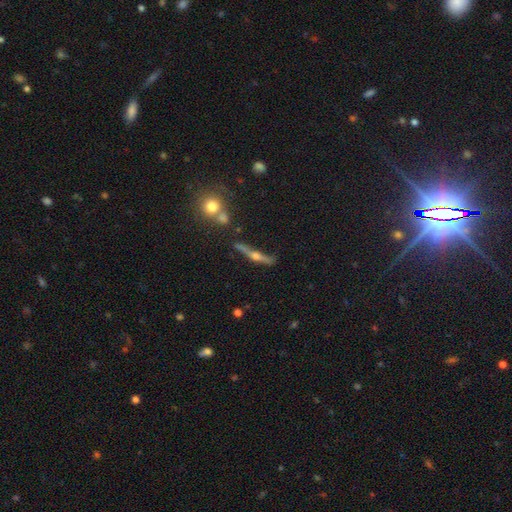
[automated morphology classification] This is likely a featured or disk galaxy (79%). It is clearly viewed edge-on (94%). Edge-on bulge: clearly rounded (92%). Merging: likely none (71%).